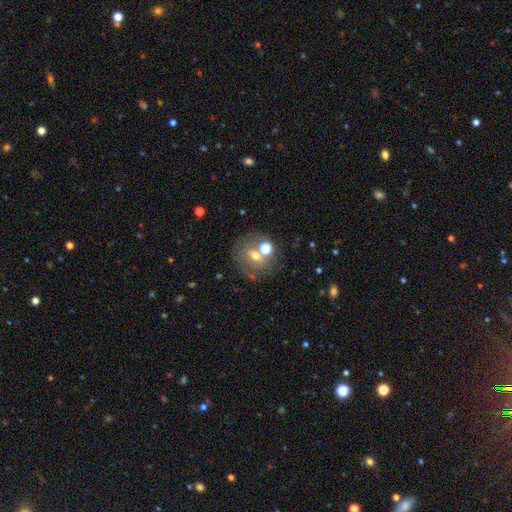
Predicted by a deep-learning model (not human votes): Smooth or featured? Predicted: smooth (p=0.45). Merging? Predicted: none (p=0.55).